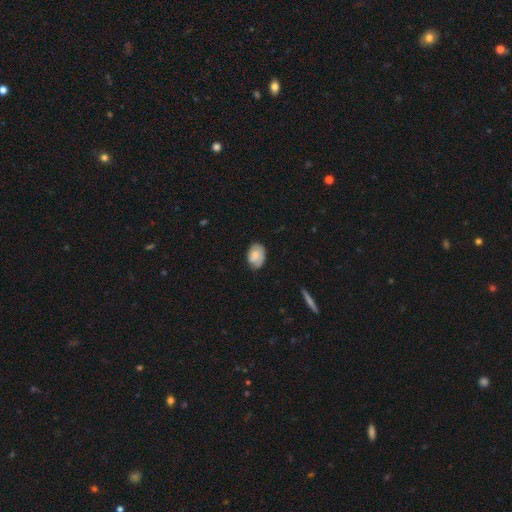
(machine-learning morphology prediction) A smooth galaxy with no disk features (70%) that is in between round and cigar-shaped (79%). Merging: none (66%).